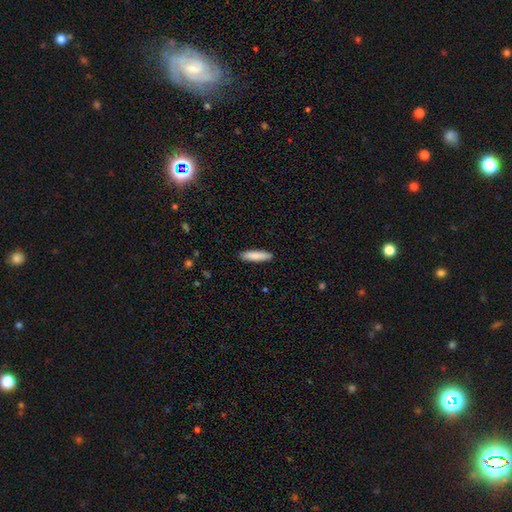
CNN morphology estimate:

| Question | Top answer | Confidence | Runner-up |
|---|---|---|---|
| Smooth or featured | smooth | 87% | featured or disk (8%) |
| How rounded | cigar-shaped | 75% | in between (24%) |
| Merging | none | 91% | minor disturbance (7%) |